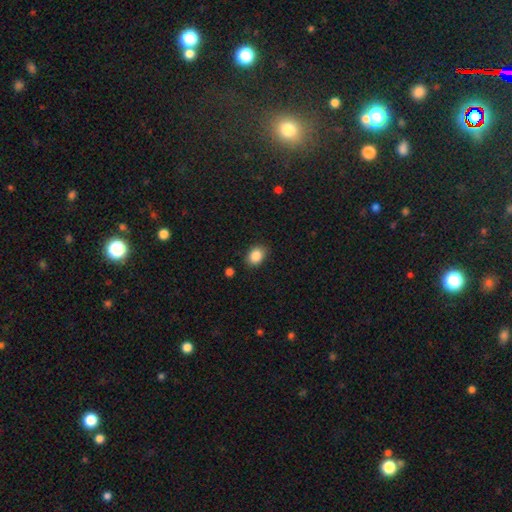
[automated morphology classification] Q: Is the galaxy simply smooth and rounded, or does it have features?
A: smooth — 87%.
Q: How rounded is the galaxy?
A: in between — 66%.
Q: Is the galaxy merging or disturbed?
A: none — 84%.